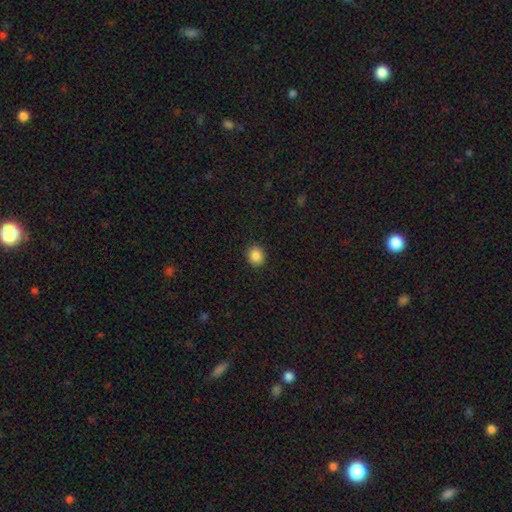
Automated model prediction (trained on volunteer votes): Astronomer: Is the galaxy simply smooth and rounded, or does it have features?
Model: smooth — 88%.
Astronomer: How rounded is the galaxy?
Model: round — 75%.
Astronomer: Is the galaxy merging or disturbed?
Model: none — 91%.